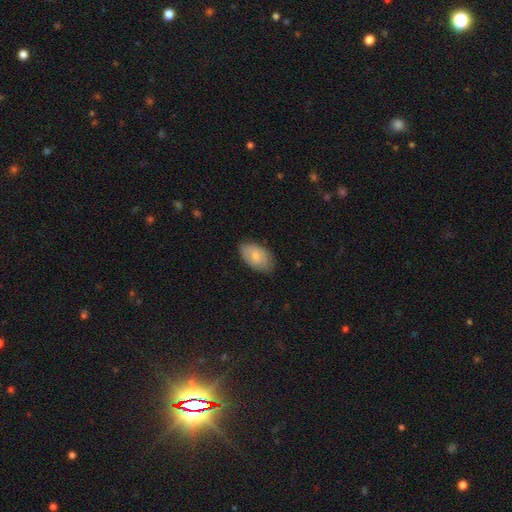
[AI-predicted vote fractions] smooth 66%, featured or disk 28%, star or artifact 6%. Down the decision tree: how rounded — in between (92%); merging — none (72%).